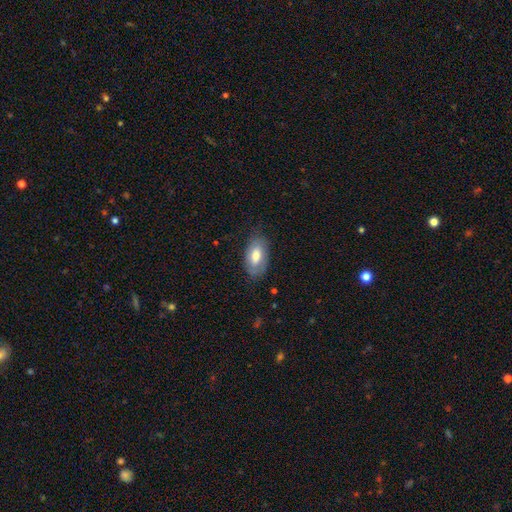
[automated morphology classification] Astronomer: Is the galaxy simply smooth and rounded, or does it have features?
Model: smooth — 70%.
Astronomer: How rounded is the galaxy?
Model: in between — 94%.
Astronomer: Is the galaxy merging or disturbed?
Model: none — 75%.